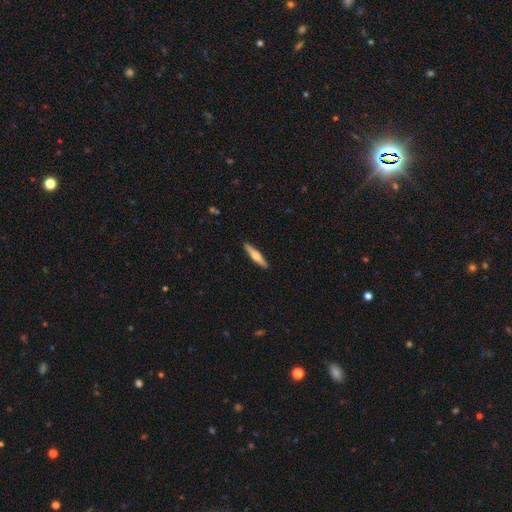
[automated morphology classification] Smooth or featured? featured or disk (52%)
Edge-on disk? yes (96%)
Edge-on bulge? rounded (91%)
Merging? none (91%)